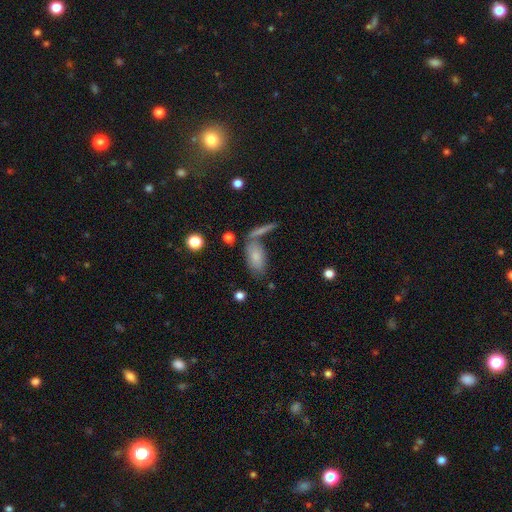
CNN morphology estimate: smooth-or-featured: smooth: 74% | featured or disk: 18% | star or artifact: 8%
  how-rounded: in between: 87% | cigar-shaped: 8% | round: 4%
  merging: none: 58% | merger: 20% | minor disturbance: 16% | major disturbance: 6%